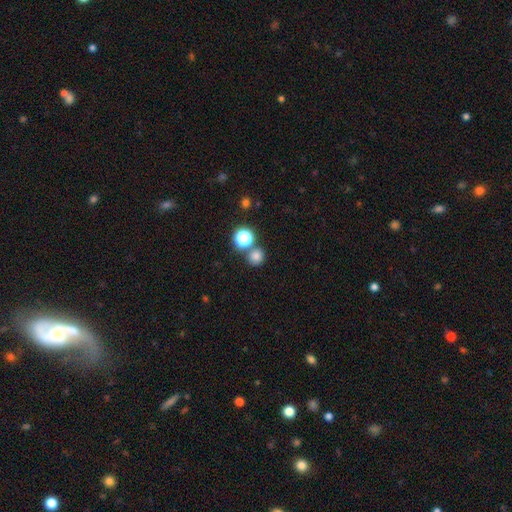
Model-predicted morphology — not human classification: Smooth or featured?
  - smooth: 75% *
  - star or artifact: 19%
  - featured or disk: 6%
How rounded?
  - round: 86% *
  - in between: 13%
  - cigar-shaped: 1%
Merging?
  - none: 72% *
  - merger: 17%
  - minor disturbance: 8%
  - major disturbance: 3%